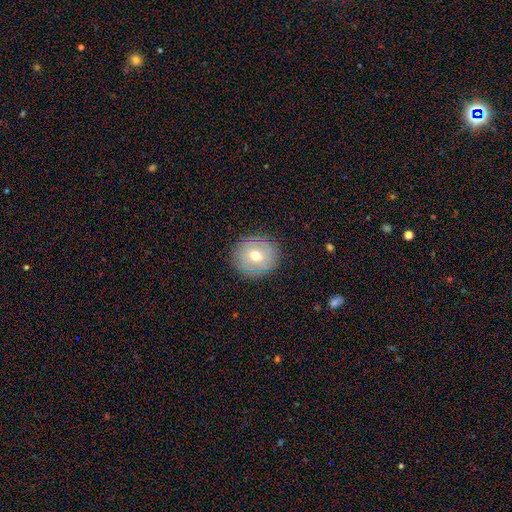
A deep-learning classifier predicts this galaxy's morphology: Overall: smooth (61%; featured or disk 28%). How rounded: round (88%). Merging: none (87%).